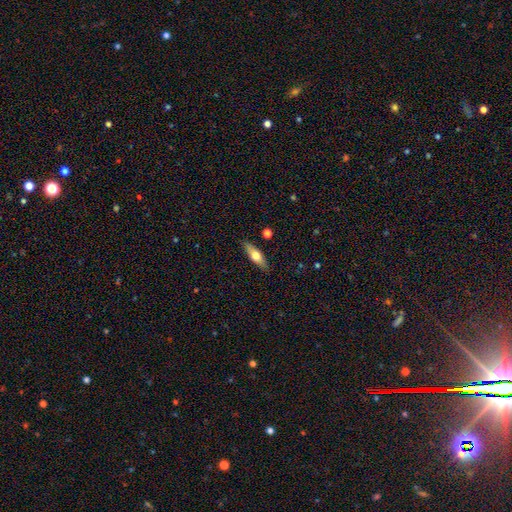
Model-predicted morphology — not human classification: Smooth or featured: smooth — 55% (featured or disk — 38%)
How rounded: cigar-shaped — 53% (in between — 45%)
Merging: none — 88% (minor disturbance — 9%)